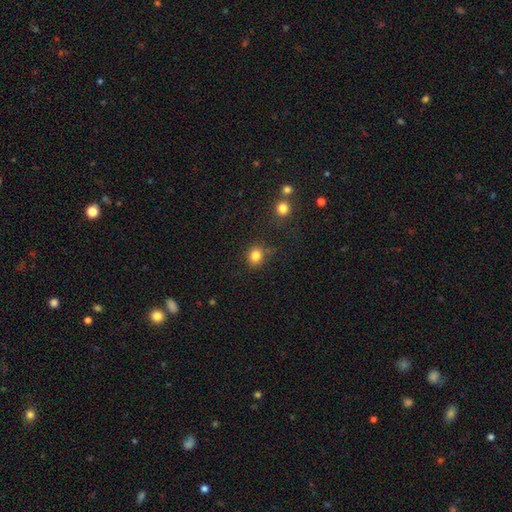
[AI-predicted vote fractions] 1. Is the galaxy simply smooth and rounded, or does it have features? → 83% smooth, 12% star or artifact, 5% featured or disk.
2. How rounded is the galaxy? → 79% round, 20% in between, 1% cigar-shaped.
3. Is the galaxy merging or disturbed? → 77% none, 14% minor disturbance, 5% merger, 4% major disturbance.